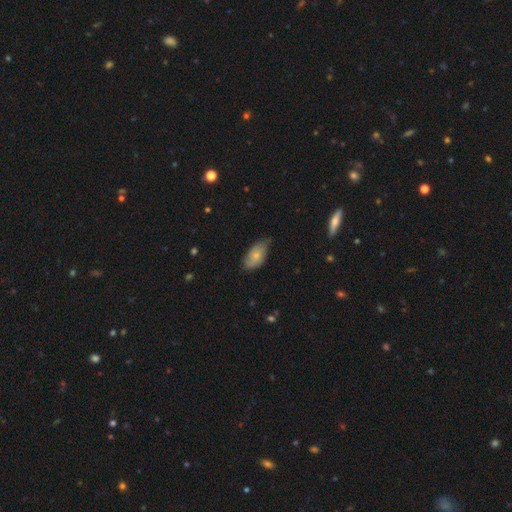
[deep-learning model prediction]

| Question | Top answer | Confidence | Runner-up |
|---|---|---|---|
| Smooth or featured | smooth | 66% | featured or disk (28%) |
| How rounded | in between | 92% | round (4%) |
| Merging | none | 54% | minor disturbance (38%) |